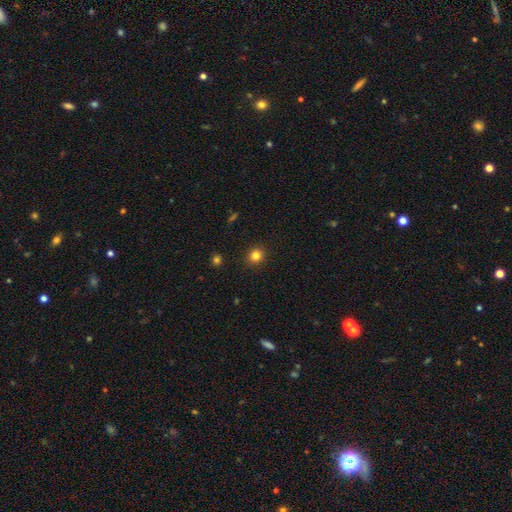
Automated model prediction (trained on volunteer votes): Smooth or featured: smooth — 82% (star or artifact — 13%)
How rounded: round — 85% (in between — 14%)
Merging: none — 91% (minor disturbance — 6%)